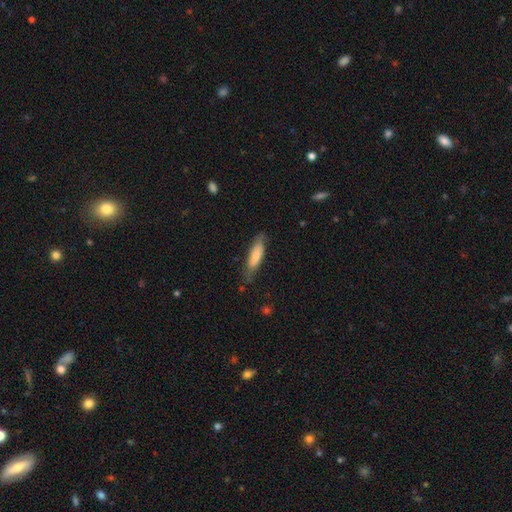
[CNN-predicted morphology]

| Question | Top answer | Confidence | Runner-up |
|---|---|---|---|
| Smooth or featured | smooth | 74% | featured or disk (20%) |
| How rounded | cigar-shaped | 64% | in between (35%) |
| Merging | none | 72% | minor disturbance (22%) |